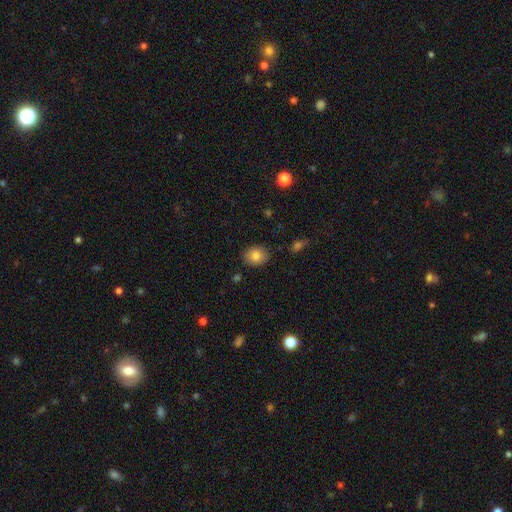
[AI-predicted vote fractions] smooth 83%, featured or disk 9%, star or artifact 9%. Down the decision tree: how rounded — round (50%); merging — none (86%).